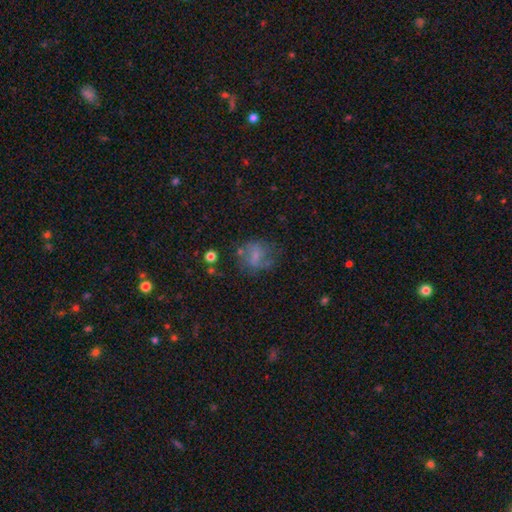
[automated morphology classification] Smooth or featured? Predicted: smooth (p=0.52). How rounded? Predicted: round (p=0.60). Merging? Predicted: none (p=0.49).